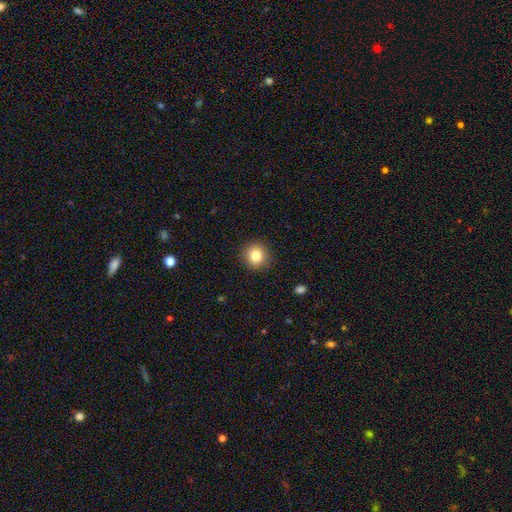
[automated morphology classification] Smooth or featured?
  - smooth: 82% *
  - star or artifact: 11%
  - featured or disk: 7%
How rounded?
  - round: 90% *
  - in between: 9%
  - cigar-shaped: 1%
Merging?
  - none: 92% *
  - minor disturbance: 6%
  - major disturbance: 2%
  - merger: 1%